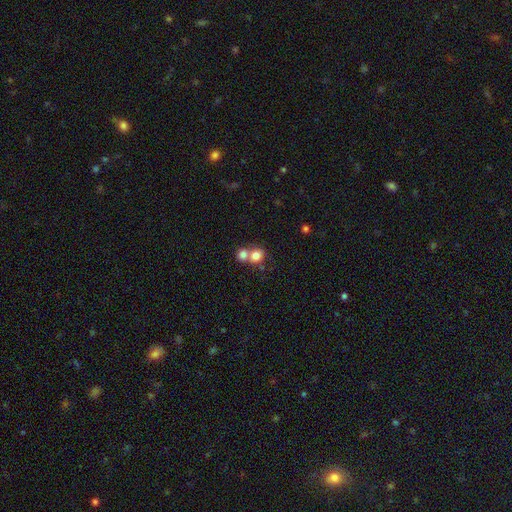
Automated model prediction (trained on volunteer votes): The model was most divided on "merging": merger: 57%, none: 34%, minor disturbance: 6%, major disturbance: 3%. More confident: smooth or featured — smooth (79%); how rounded — round (72%).